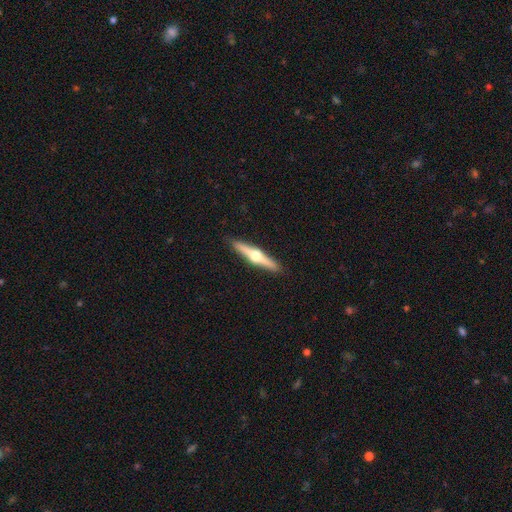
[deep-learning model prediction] smooth-or-featured: featured or disk: 71% | smooth: 24% | star or artifact: 5%
  disk-edge-on: yes: 98% | no: 2%
    edge-on-bulge: rounded: 96% | boxy: 2% | none: 2%
  merging: none: 91% | minor disturbance: 6% | major disturbance: 1% | merger: 1%